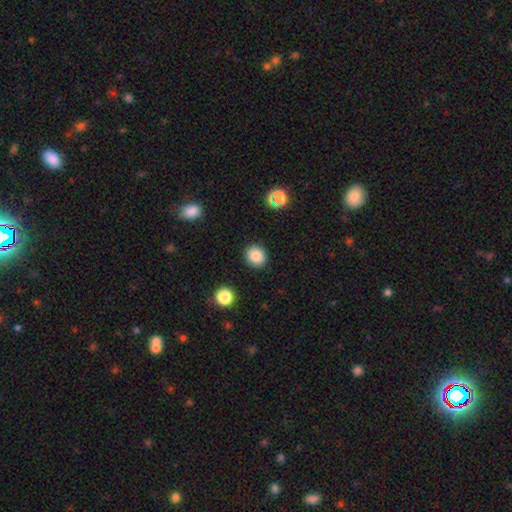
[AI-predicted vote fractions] A smooth galaxy with no disk features (84%) that is round (79%). Merging: none (90%).